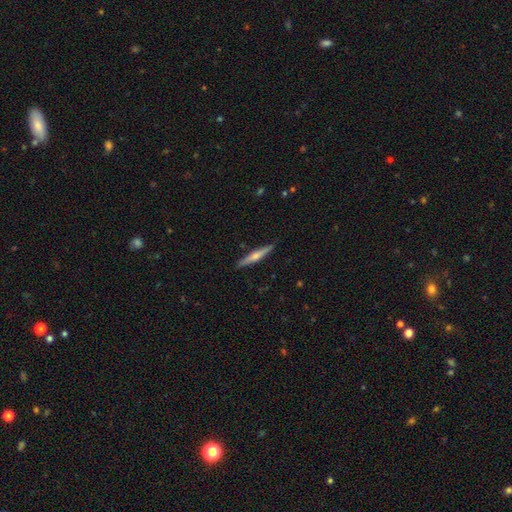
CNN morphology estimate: Smooth or featured: featured or disk — 54% (smooth — 40%)
Edge-on disk: yes — 97% (no — 3%)
Edge-on bulge: rounded — 82% (none — 13%)
Merging: none — 90% (minor disturbance — 7%)